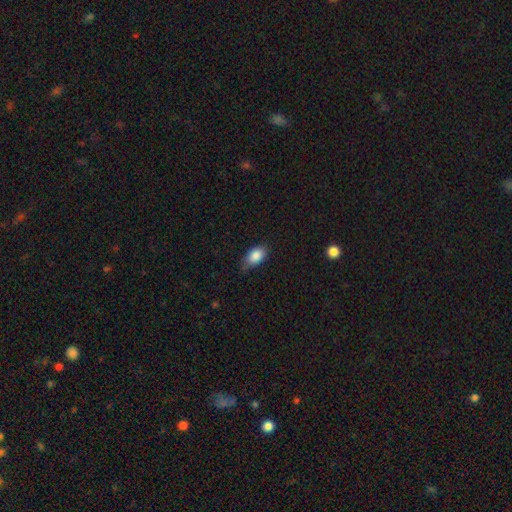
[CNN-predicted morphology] Smooth or featured?
  - smooth: 86% *
  - star or artifact: 8%
  - featured or disk: 6%
How rounded?
  - in between: 88% *
  - round: 9%
  - cigar-shaped: 2%
Merging?
  - none: 68% *
  - minor disturbance: 26%
  - major disturbance: 4%
  - merger: 1%